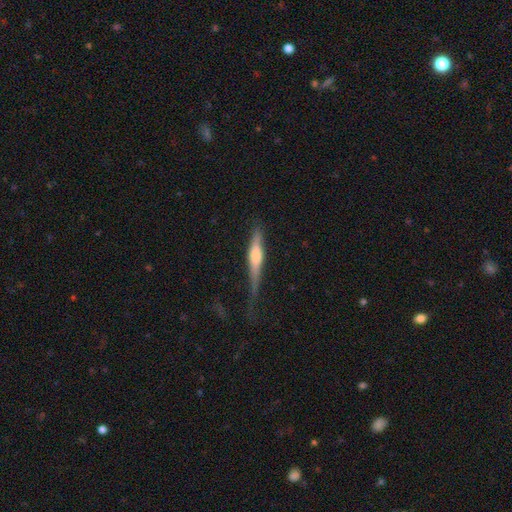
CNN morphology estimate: Smooth or featured? featured or disk (51%)
Edge-on disk? yes (94%)
Merging? none (54%)